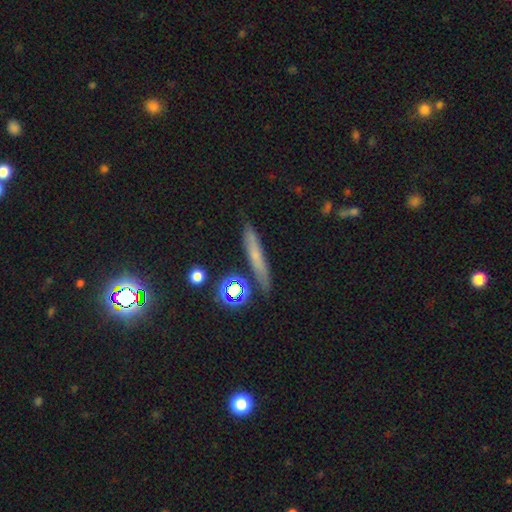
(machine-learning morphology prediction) Smooth or featured?
  - smooth: 54% *
  - featured or disk: 28%
  - star or artifact: 19%
How rounded?
  - cigar-shaped: 85% *
  - round: 8%
  - in between: 8%
Merging?
  - none: 81% *
  - minor disturbance: 12%
  - merger: 4%
  - major disturbance: 3%